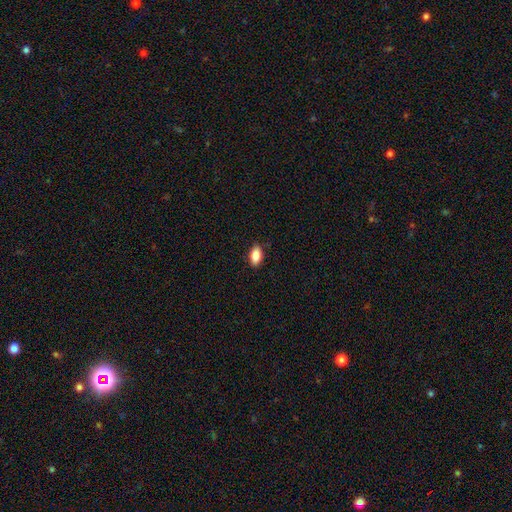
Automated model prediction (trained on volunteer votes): smooth_or_featured: smooth (p=0.85) [alt: star or artifact p=0.07]
how_rounded: in between (p=0.91) [alt: cigar-shaped p=0.05]
merging: none (p=0.88) [alt: minor disturbance p=0.09]